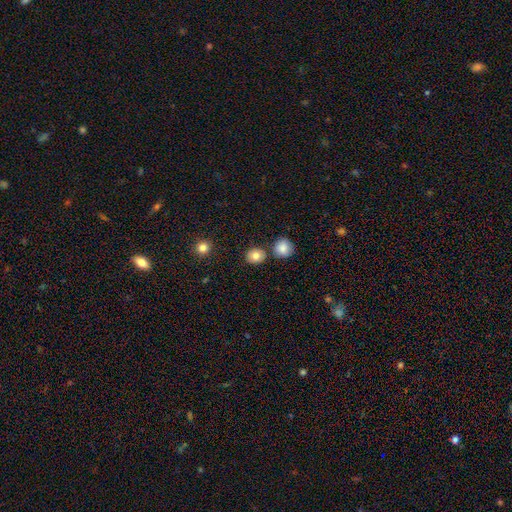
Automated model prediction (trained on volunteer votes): Morphology: type=smooth (82%); roundness=round (73%); merging=none (80%).